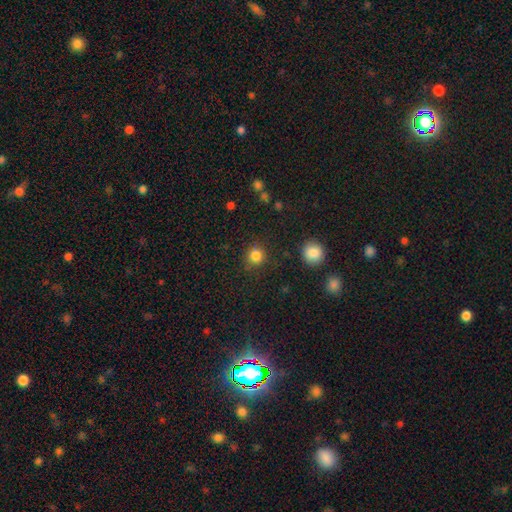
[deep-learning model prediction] The model was most divided on "smooth or featured": smooth: 83%, star or artifact: 12%, featured or disk: 4%. More confident: how rounded — round (87%); merging — none (84%).